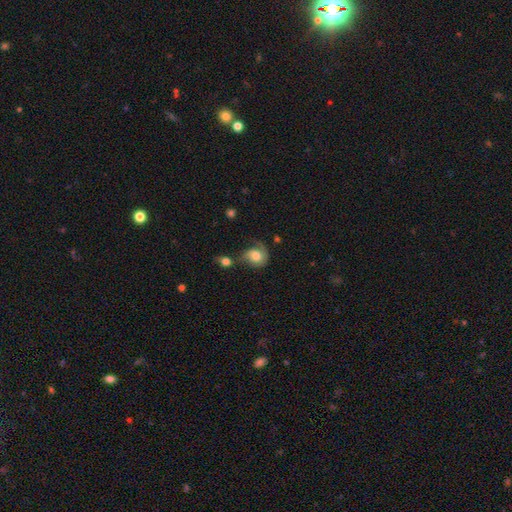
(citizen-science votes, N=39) Overall: featured or disk (56%; smooth 36%). Edge-on disk: no (100%). Bar: no (91%). Spiral arms: yes (73%). Spiral arm count: 1 (50%; 2 25%). Spiral winding: medium (50%; tight 31%). Bulge size: moderate (59%; large 27%). Merging: merger (31%; major disturbance 28%).